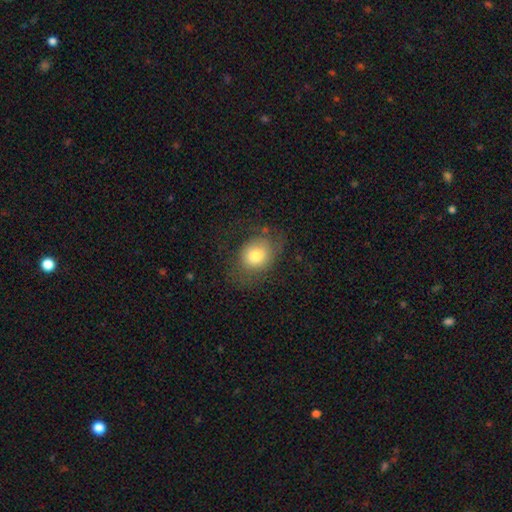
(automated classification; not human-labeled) Smooth or featured?
  - smooth: 71% *
  - featured or disk: 19%
  - star or artifact: 10%
How rounded?
  - round: 57% *
  - in between: 42%
  - cigar-shaped: 1%
Merging?
  - none: 57% *
  - minor disturbance: 22%
  - major disturbance: 19%
  - merger: 2%